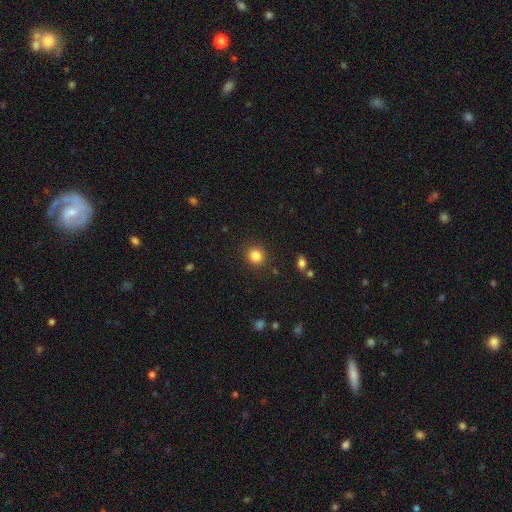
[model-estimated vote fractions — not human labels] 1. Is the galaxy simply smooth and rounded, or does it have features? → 84% smooth, 11% star or artifact, 5% featured or disk.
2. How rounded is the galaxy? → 85% round, 14% in between, 1% cigar-shaped.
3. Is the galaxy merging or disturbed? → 89% none, 7% minor disturbance, 3% major disturbance, 1% merger.